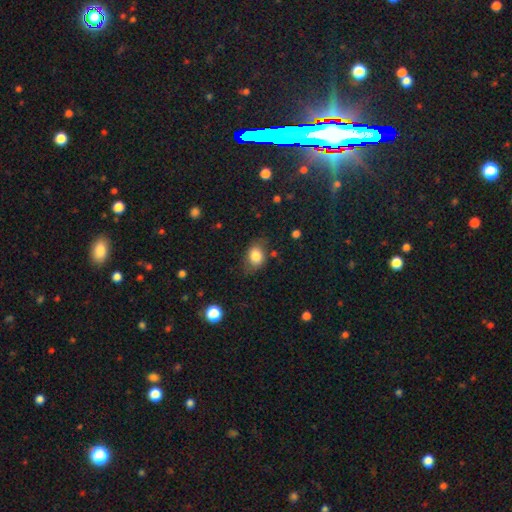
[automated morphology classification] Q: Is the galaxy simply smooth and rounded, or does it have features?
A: smooth — 80%.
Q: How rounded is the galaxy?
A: in between — 66%.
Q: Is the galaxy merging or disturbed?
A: none — 66%.